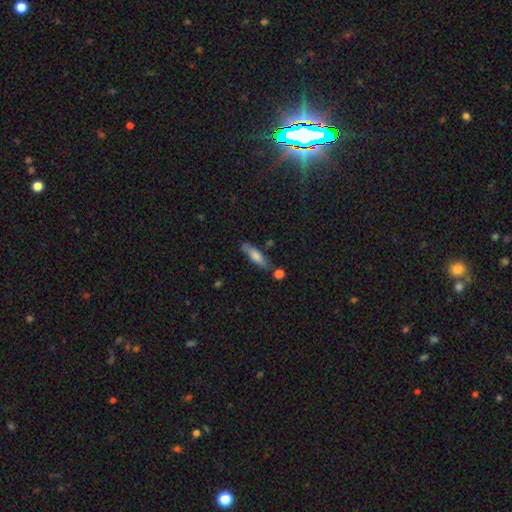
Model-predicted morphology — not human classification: smooth-or-featured: smooth: 61% | featured or disk: 28% | star or artifact: 10%
  how-rounded: cigar-shaped: 62% | in between: 35% | round: 3%
  merging: none: 74% | minor disturbance: 16% | merger: 6% | major disturbance: 4%